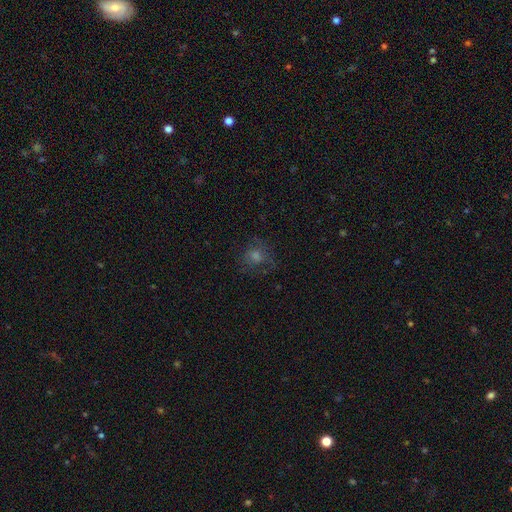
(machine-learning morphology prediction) Smooth or featured? smooth (49%)
Merging? none (72%)